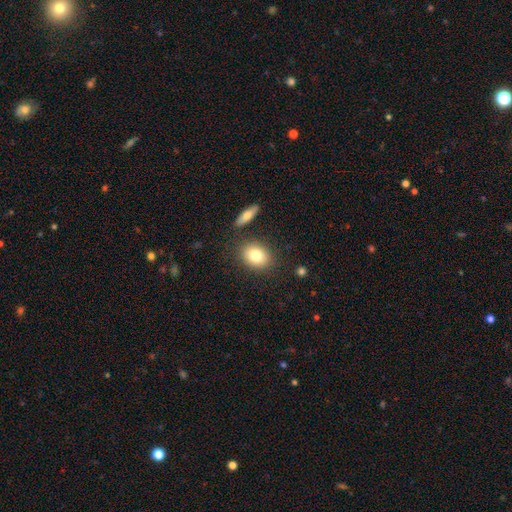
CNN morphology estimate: smooth-or-featured: smooth: 81% | featured or disk: 11% | star or artifact: 8%
  how-rounded: in between: 62% | round: 37% | cigar-shaped: 2%
  merging: none: 79% | minor disturbance: 10% | merger: 8% | major disturbance: 3%